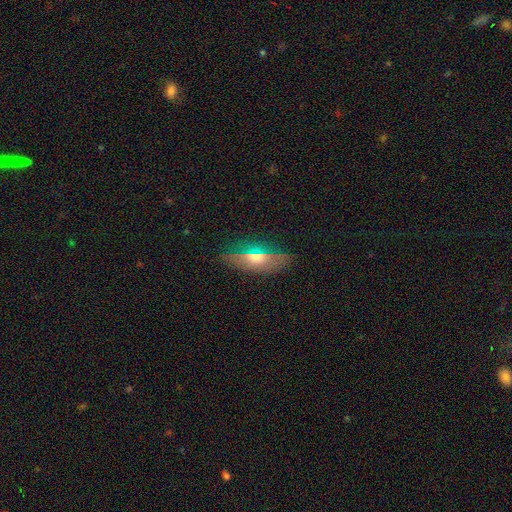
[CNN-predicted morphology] This is possibly a smooth galaxy (50%). How rounded: likely in between (67%). Merging: clearly none (84%).